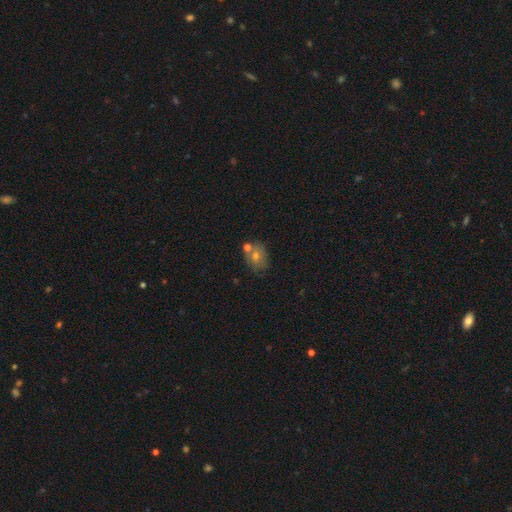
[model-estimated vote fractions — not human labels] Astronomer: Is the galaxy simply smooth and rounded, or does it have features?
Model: smooth — 58%.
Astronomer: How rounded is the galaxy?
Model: round — 59% (runner-up: in between, 40%).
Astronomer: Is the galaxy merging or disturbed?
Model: none — 63%.